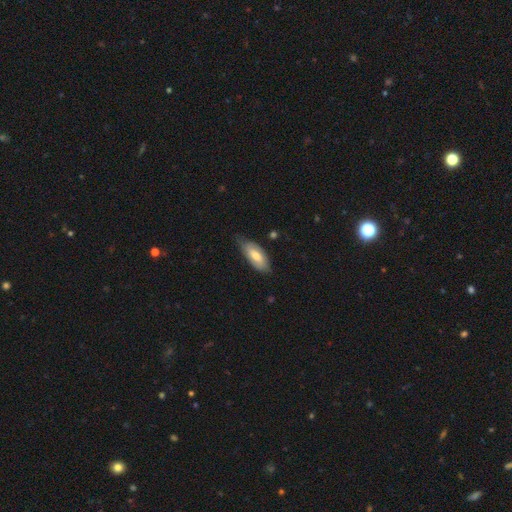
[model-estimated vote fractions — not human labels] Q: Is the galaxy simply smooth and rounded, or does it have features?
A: smooth — 62%.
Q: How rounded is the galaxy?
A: in between — 85%.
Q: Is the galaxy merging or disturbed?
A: none — 64%.